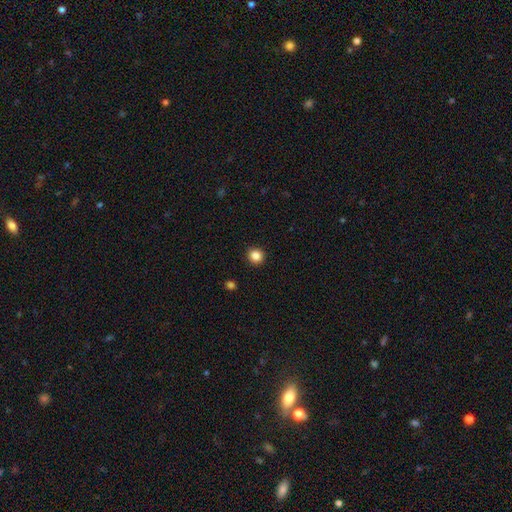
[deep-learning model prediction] This appears to be a smooth galaxy with no disk features (85%) that is round (92%). Merging: none (93%).